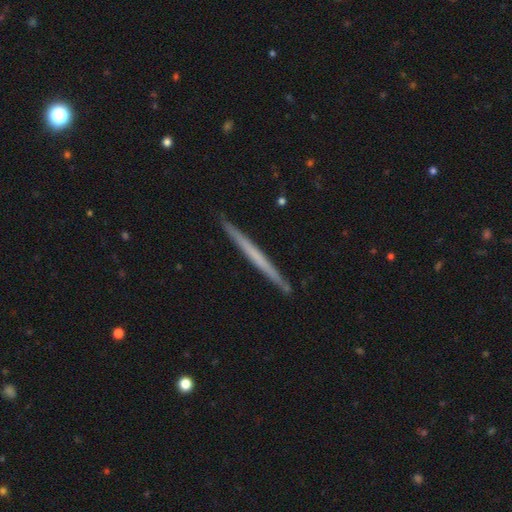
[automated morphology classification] The model was most divided on "smooth or featured": featured or disk: 52%, smooth: 43%, star or artifact: 5%. More confident: edge-on disk — yes (98%); merging — none (92%); edge-on bulge — none (91%).